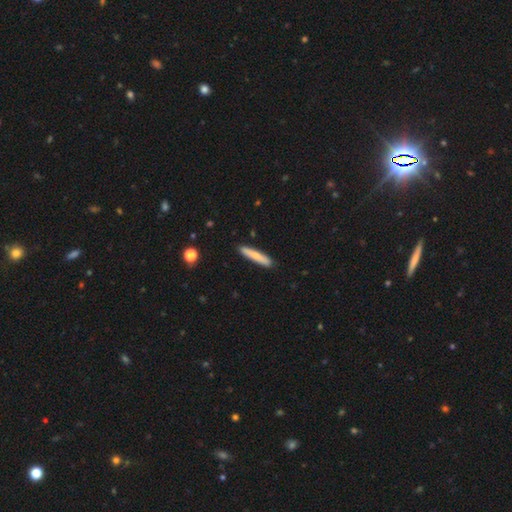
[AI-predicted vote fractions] The model was most divided on "smooth or featured": smooth: 71%, featured or disk: 23%, star or artifact: 6%. More confident: how rounded — cigar-shaped (91%); merging — none (89%).